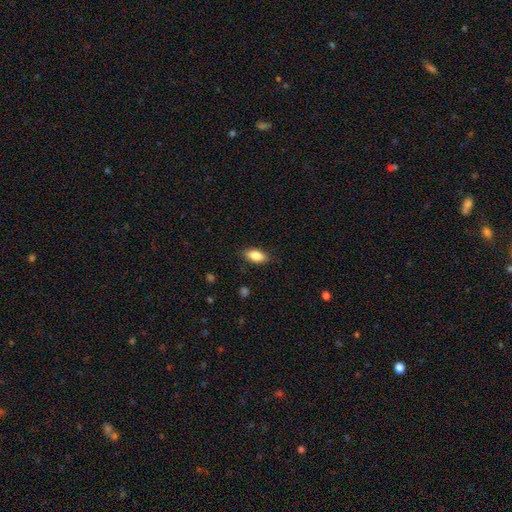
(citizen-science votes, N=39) A smooth galaxy with no disk features (85%) that is in between round and cigar-shaped (94%).

Vote fractions:
- Smooth or featured? smooth: 85% / featured or disk: 13% / star or artifact: 3%
- How rounded? in between: 94% / round: 6% / cigar-shaped: 0%
- Merging? none: 87% / minor disturbance: 8% / major disturbance: 5% / merger: 0%